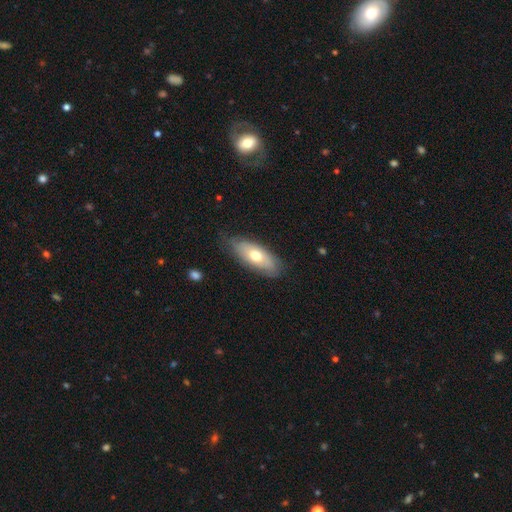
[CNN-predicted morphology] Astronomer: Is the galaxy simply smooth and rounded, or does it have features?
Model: smooth — 61%.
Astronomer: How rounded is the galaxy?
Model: in between — 82%.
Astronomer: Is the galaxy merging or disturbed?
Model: none — 75%.